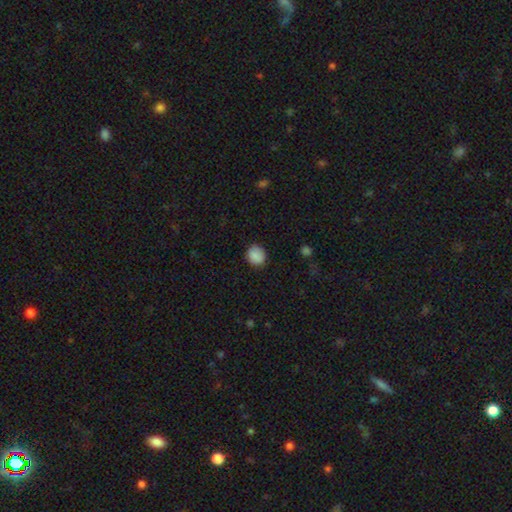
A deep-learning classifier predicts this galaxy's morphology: A smooth galaxy with no disk features (88%) that is round (76%).

Vote fractions:
- Smooth or featured? smooth: 88% / star or artifact: 8% / featured or disk: 4%
- How rounded? round: 76% / in between: 23% / cigar-shaped: 1%
- Merging? none: 86% / minor disturbance: 11% / major disturbance: 2% / merger: 1%